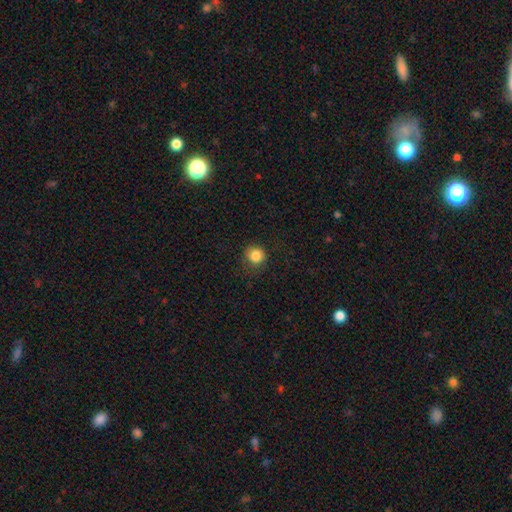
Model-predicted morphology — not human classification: Smooth or featured? Predicted: smooth (p=0.85). How rounded? Predicted: round (p=0.92). Merging? Predicted: none (p=0.81).